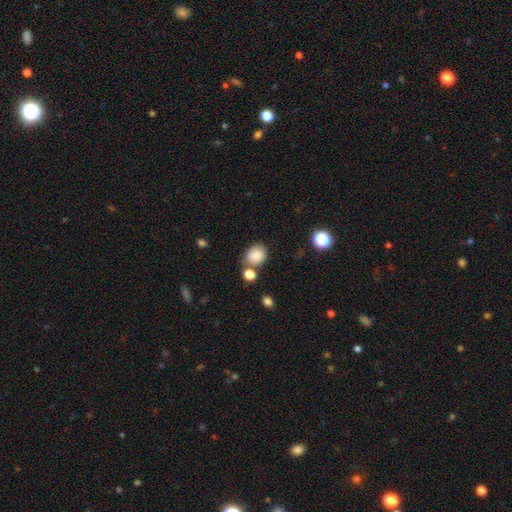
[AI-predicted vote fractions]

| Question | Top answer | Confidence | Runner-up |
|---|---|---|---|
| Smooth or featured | smooth | 84% | star or artifact (9%) |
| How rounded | round | 55% | in between (44%) |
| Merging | none | 63% | merger (16%) |